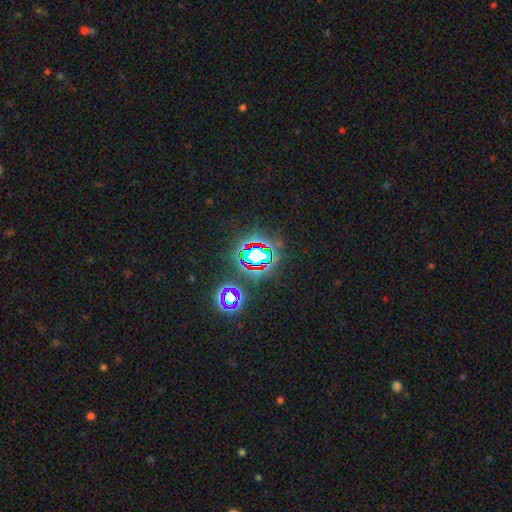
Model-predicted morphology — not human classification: Smooth or featured? Predicted: star or artifact (p=0.69).